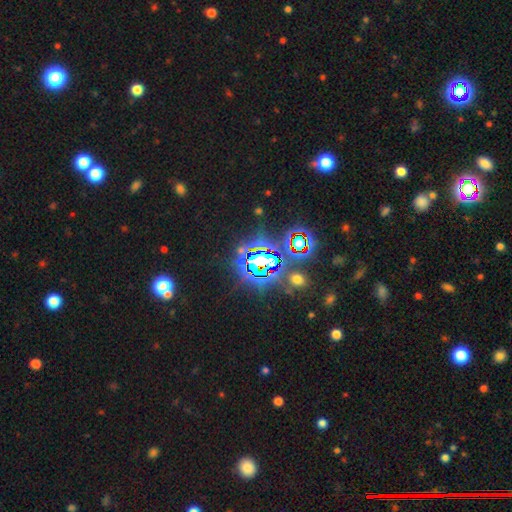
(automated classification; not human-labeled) A star or artifact, not a galaxy (80%).